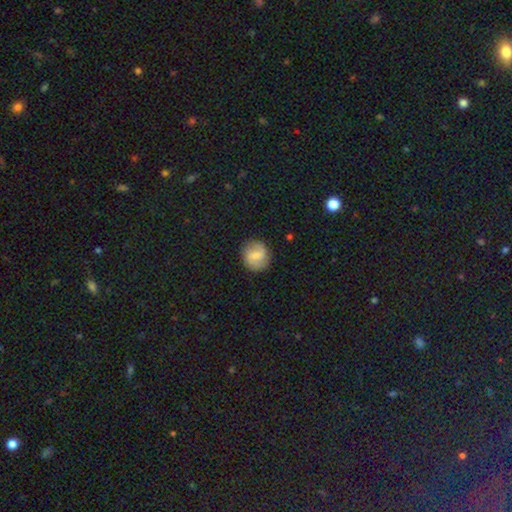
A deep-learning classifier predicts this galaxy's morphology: Smooth or featured: smooth — 63% (featured or disk — 29%)
How rounded: round — 89% (in between — 10%)
Merging: none — 85% (minor disturbance — 10%)